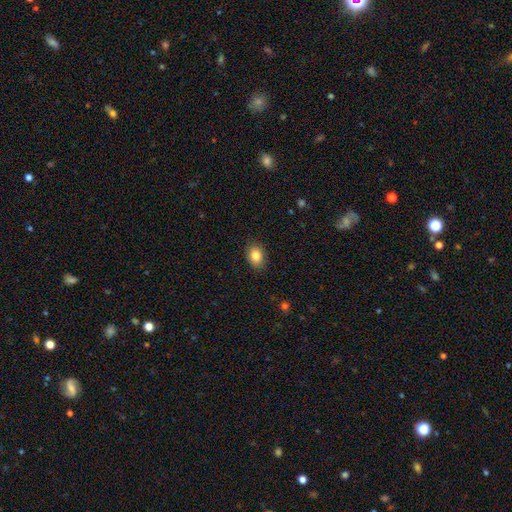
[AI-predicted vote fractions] smooth_or_featured: smooth (p=0.85) [alt: star or artifact p=0.09]
how_rounded: in between (p=0.68) [alt: round p=0.31]
merging: none (p=0.88) [alt: minor disturbance p=0.09]